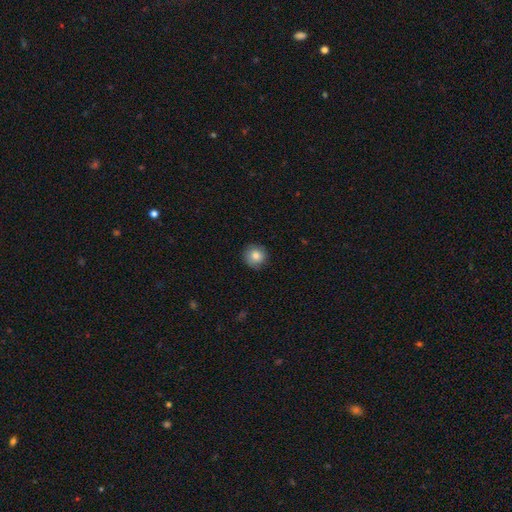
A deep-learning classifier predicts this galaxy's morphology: This appears to be a smooth galaxy with no disk features (83%) that is round (93%). Merging: none (88%).